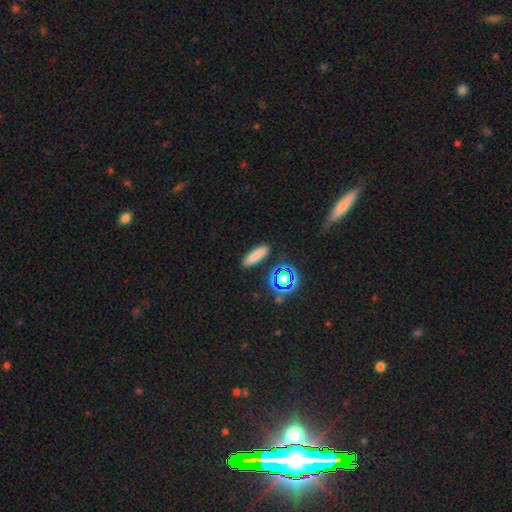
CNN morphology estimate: Overall: smooth (78%). How rounded: cigar-shaped (65%; in between 31%). Merging: none (87%).